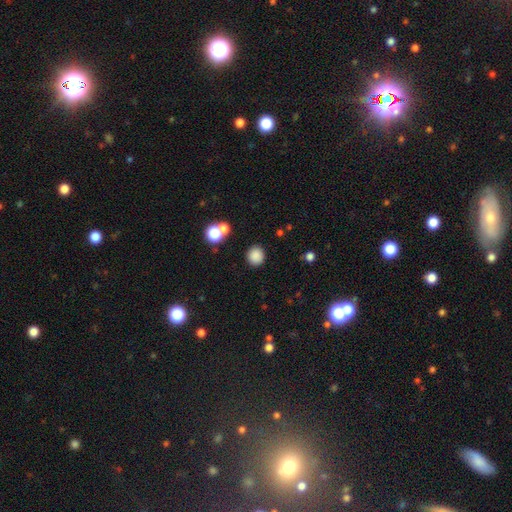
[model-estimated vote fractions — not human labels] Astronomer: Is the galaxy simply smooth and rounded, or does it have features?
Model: smooth — 84%.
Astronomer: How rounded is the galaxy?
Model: round — 85%.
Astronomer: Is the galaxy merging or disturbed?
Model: none — 85%.